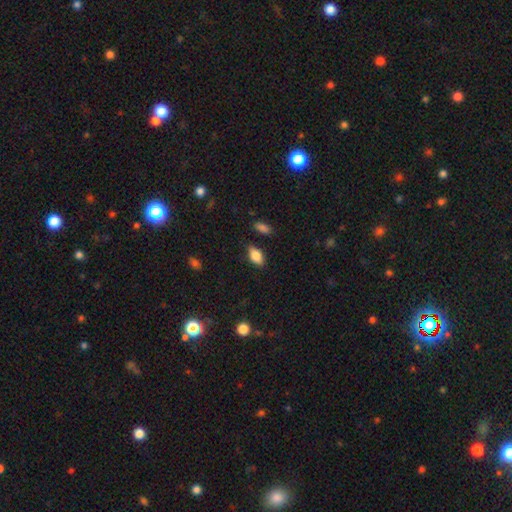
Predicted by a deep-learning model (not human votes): Overall: smooth (82%). How rounded: in between (89%). Merging: none (79%).